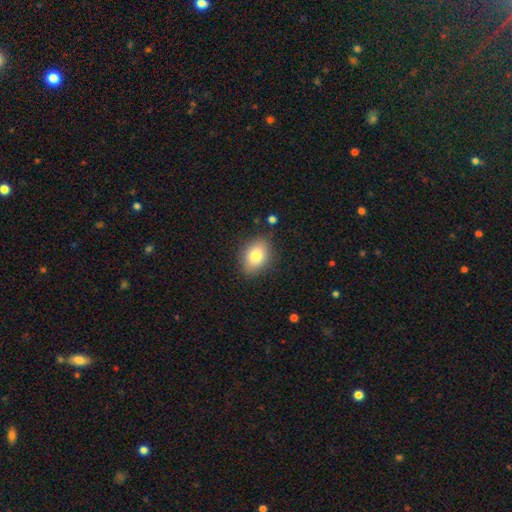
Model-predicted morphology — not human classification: Smooth or featured: smooth — 82% (featured or disk — 10%)
How rounded: in between — 75% (round — 24%)
Merging: none — 84% (minor disturbance — 12%)